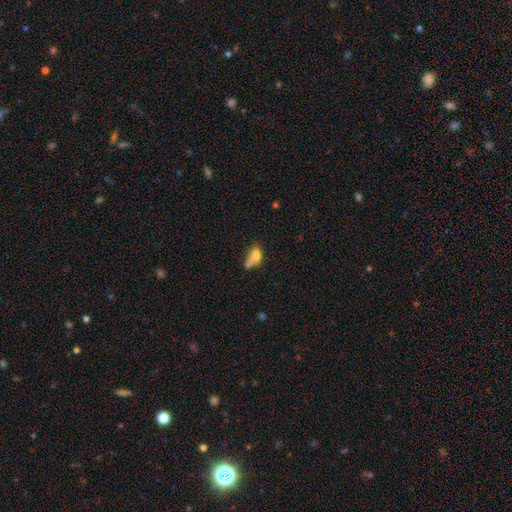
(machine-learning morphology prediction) Smooth or featured: smooth — 66% (featured or disk — 23%)
How rounded: in between — 76% (round — 14%)
Merging: merger — 31% (none — 25%)